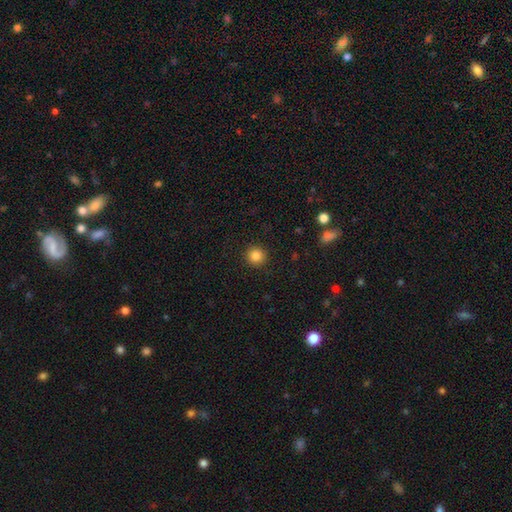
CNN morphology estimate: Smooth or featured? Predicted: smooth (p=0.85). How rounded? Predicted: round (p=0.94). Merging? Predicted: none (p=0.92).